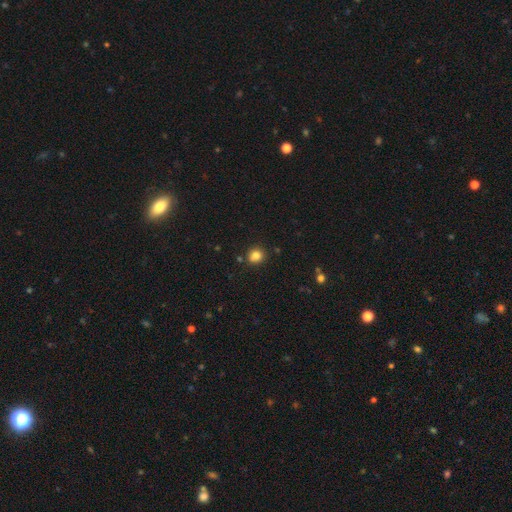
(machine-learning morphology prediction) Overall: smooth (83%). How rounded: round (84%). Merging: none (83%).